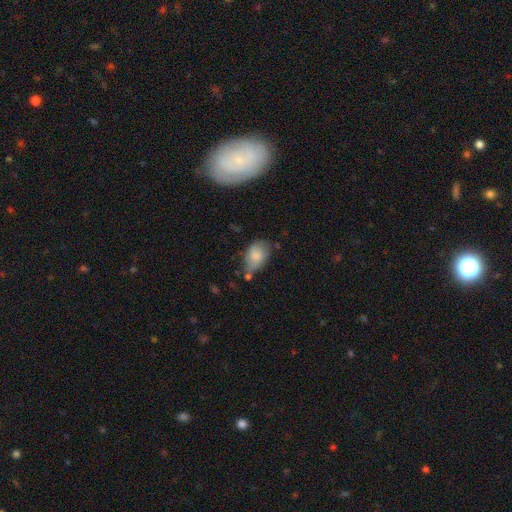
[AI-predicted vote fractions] smooth 75%, featured or disk 17%, star or artifact 8%. Down the decision tree: how rounded — in between (83%); merging — none (46%).